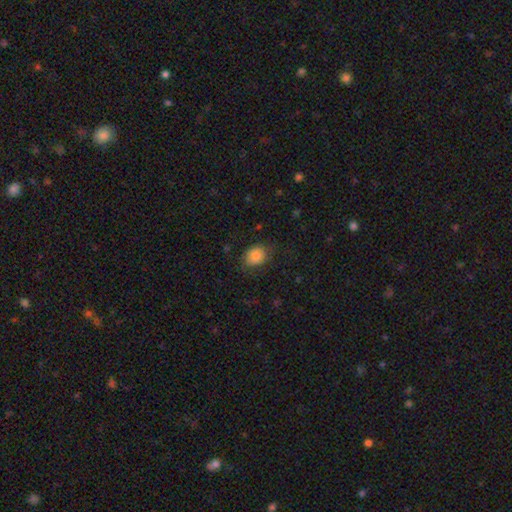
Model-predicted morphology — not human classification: A smooth galaxy with no disk features (84%) that is in between round and cigar-shaped (52%). Merging: none (71%).